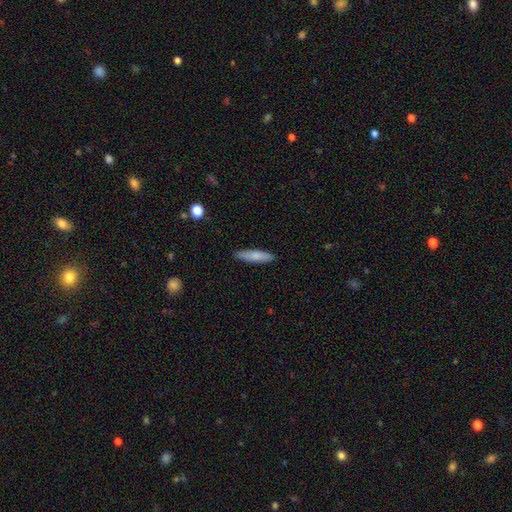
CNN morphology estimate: smooth_or_featured: smooth (p=0.77) [alt: featured or disk p=0.17]
how_rounded: cigar-shaped (p=0.81) [alt: in between p=0.18]
merging: none (p=0.89) [alt: minor disturbance p=0.08]